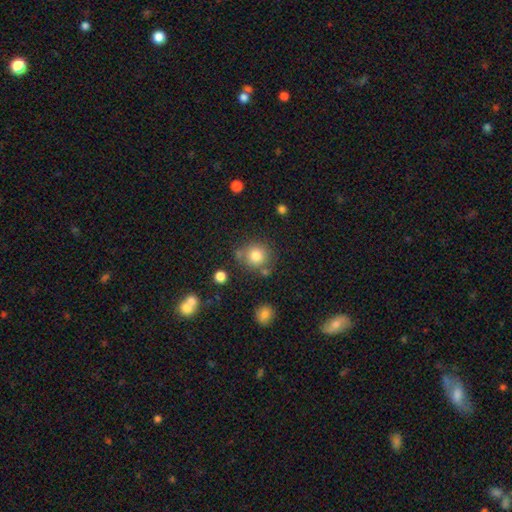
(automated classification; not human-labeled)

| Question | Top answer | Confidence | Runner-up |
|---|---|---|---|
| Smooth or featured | smooth | 79% | star or artifact (12%) |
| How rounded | round | 90% | in between (9%) |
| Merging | none | 73% | minor disturbance (12%) |